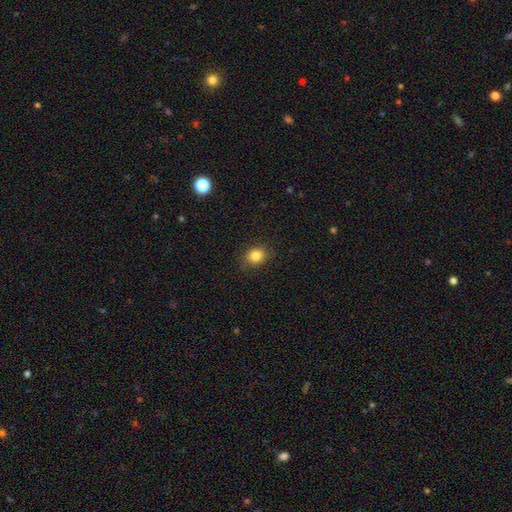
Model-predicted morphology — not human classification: A smooth galaxy with no disk features (84%) that is round (61%). Merging: none (84%).